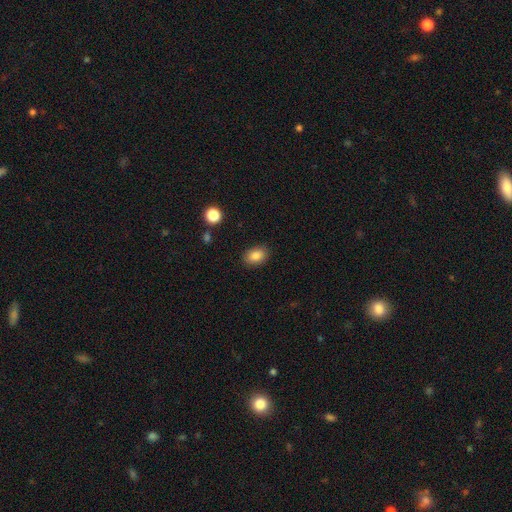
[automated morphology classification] A smooth galaxy with no disk features (85%) that is in between round and cigar-shaped (80%). Merging: none (87%).